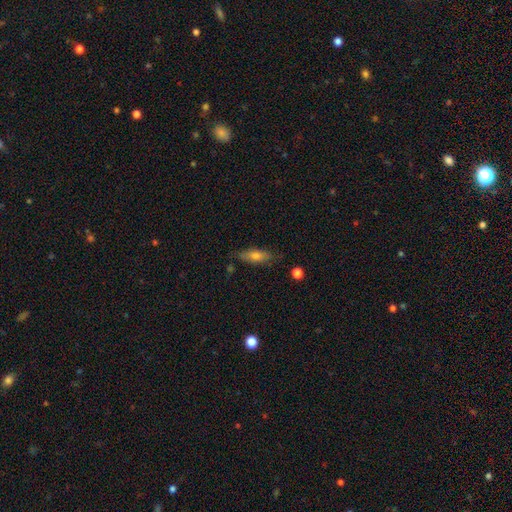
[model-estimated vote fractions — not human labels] A smooth galaxy with no disk features (59%) that is in between round and cigar-shaped (50%).

Vote fractions:
- Smooth or featured? smooth: 59% / featured or disk: 32% / star or artifact: 9%
- How rounded? in between: 50% / cigar-shaped: 47% / round: 3%
- Merging? none: 79% / minor disturbance: 16% / major disturbance: 3% / merger: 2%